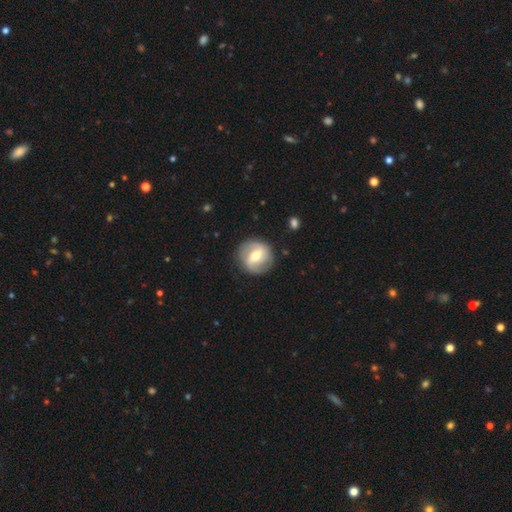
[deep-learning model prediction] This appears to be a featured or disk galaxy (65%) with a weak bar (44%), spiral arms (76%) and a moderate central bulge (71%). Merging: none (86%).